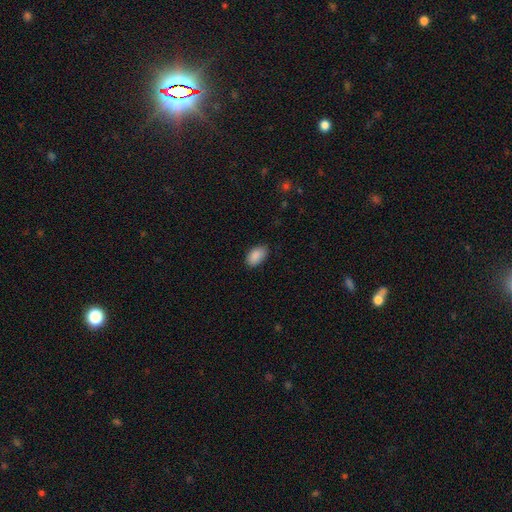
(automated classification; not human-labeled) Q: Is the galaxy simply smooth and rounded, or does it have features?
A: smooth — 90%.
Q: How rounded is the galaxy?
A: in between — 93%.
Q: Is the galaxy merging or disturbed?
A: none — 83%.